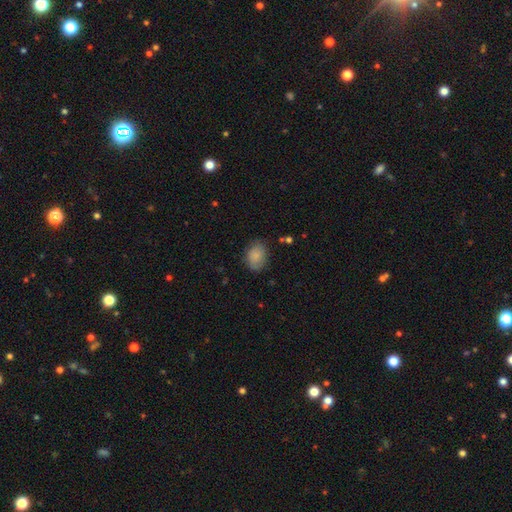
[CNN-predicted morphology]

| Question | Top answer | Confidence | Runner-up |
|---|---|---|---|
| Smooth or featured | smooth | 85% | star or artifact (8%) |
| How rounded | in between | 70% | round (29%) |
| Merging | none | 77% | minor disturbance (17%) |